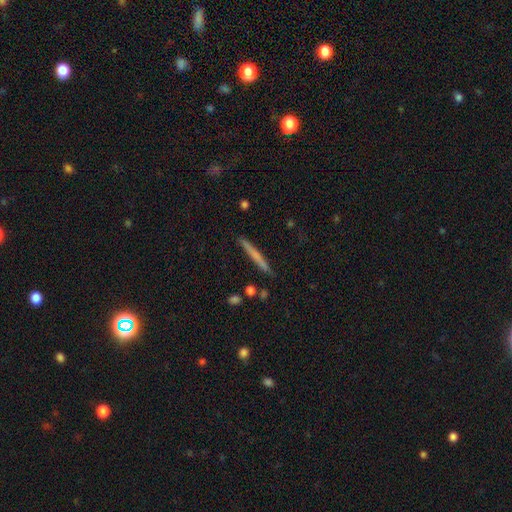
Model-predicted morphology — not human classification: Smooth or featured: smooth — 58% (featured or disk — 36%)
How rounded: cigar-shaped — 96% (in between — 2%)
Merging: none — 88% (minor disturbance — 8%)